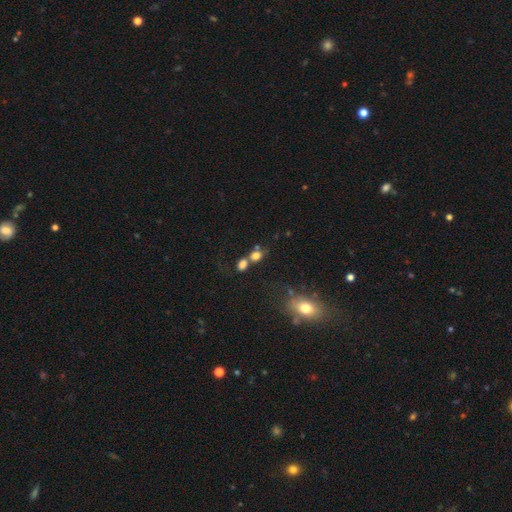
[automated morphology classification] Overall: smooth (74%). How rounded: in between (55%; round 42%). Merging: merger (44%; none 39%).